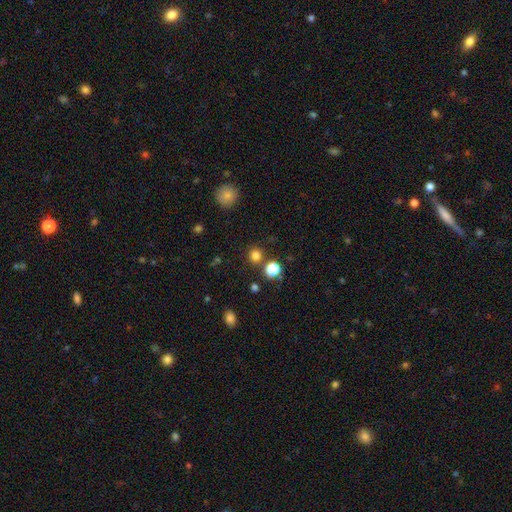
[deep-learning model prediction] Smooth or featured? smooth (78%)
How rounded? round (91%)
Merging? none (82%)